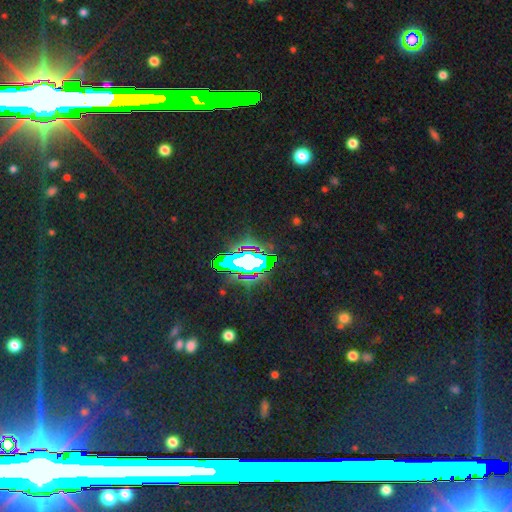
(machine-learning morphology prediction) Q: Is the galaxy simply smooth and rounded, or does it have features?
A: star or artifact — 73%.